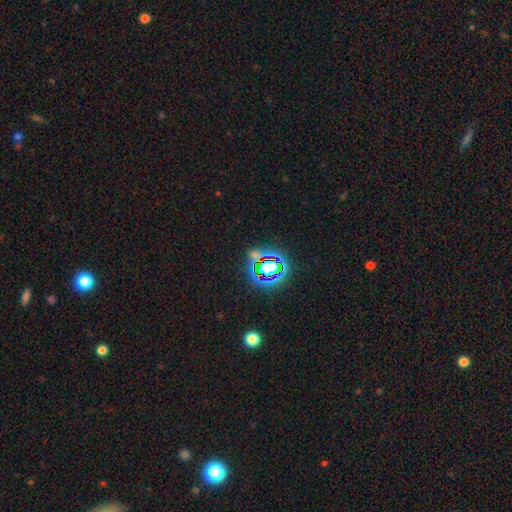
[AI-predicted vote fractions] Smooth or featured?
  - star or artifact: 67% *
  - smooth: 22%
  - featured or disk: 10%